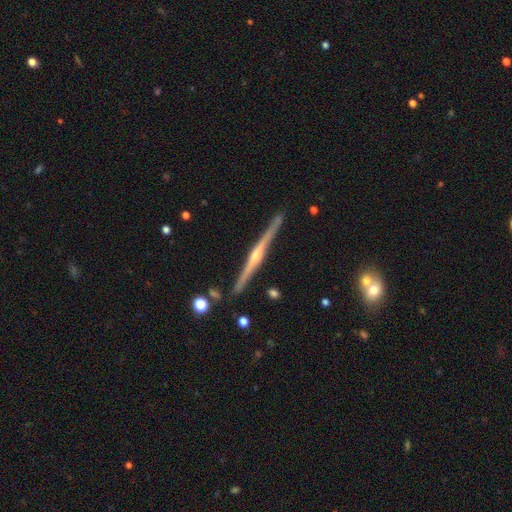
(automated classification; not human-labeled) A featured or disk galaxy (85%) viewed edge-on (98%) with a rounded central bulge (87%). Merging: none (89%).